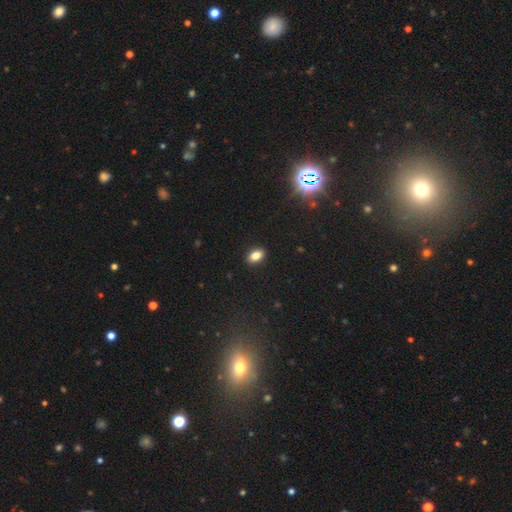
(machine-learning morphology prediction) smooth 82%, star or artifact 10%, featured or disk 7%. Down the decision tree: how rounded — in between (83%); merging — none (90%).